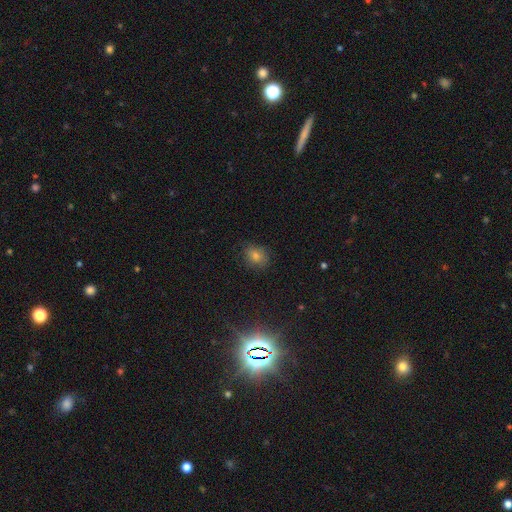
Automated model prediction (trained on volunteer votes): Morphology: type=smooth (60%); roundness=round (59%); merging=none (82%).